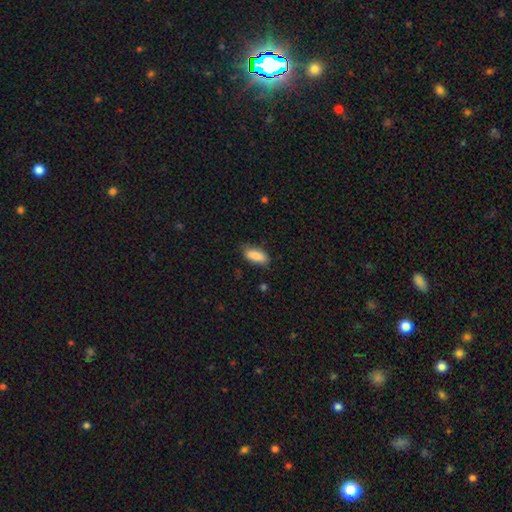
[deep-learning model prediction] Morphology: type=smooth (86%); roundness=in between (81%); merging=none (75%).